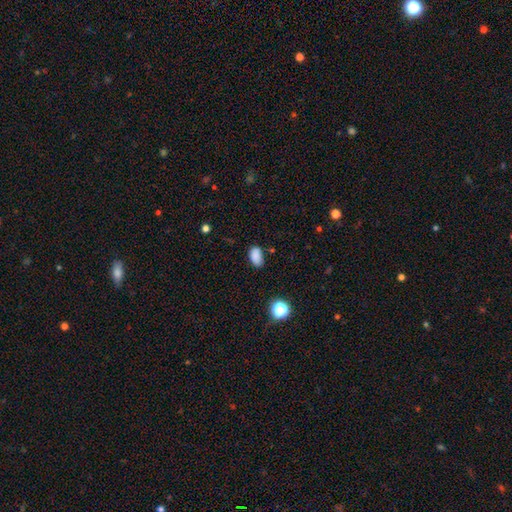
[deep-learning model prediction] smooth 84%, star or artifact 12%, featured or disk 4%. Down the decision tree: how rounded — in between (88%); merging — none (72%).